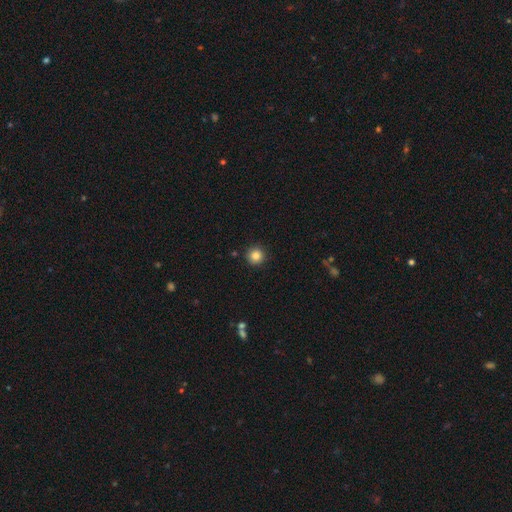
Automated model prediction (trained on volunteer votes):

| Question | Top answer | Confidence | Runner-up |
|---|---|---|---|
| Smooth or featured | smooth | 84% | star or artifact (11%) |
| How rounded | round | 96% | in between (3%) |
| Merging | none | 92% | minor disturbance (5%) |